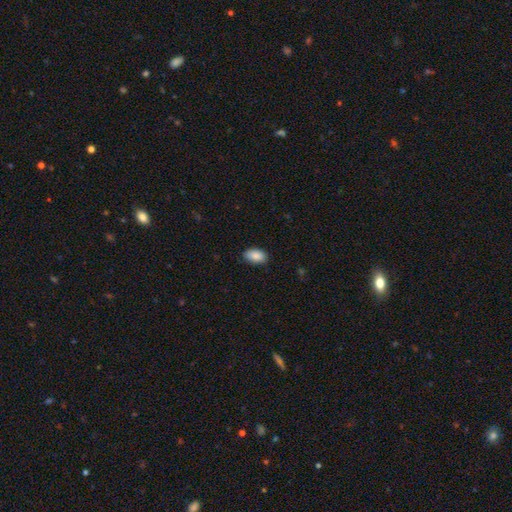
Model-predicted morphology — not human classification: Smooth or featured? Predicted: smooth (p=0.89). How rounded? Predicted: in between (p=0.94). Merging? Predicted: none (p=0.84).